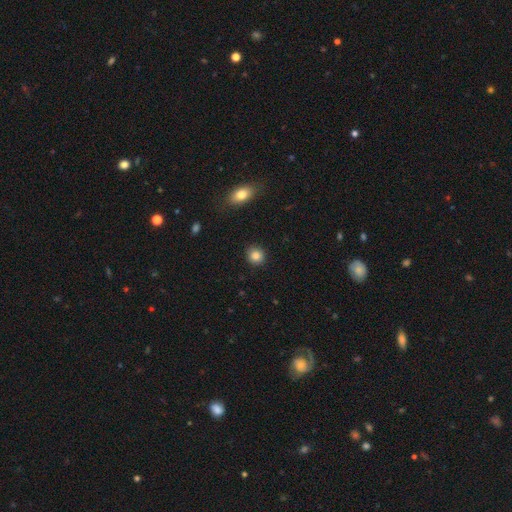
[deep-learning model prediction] Smooth or featured? Predicted: smooth (p=0.85). How rounded? Predicted: round (p=0.87). Merging? Predicted: none (p=0.91).